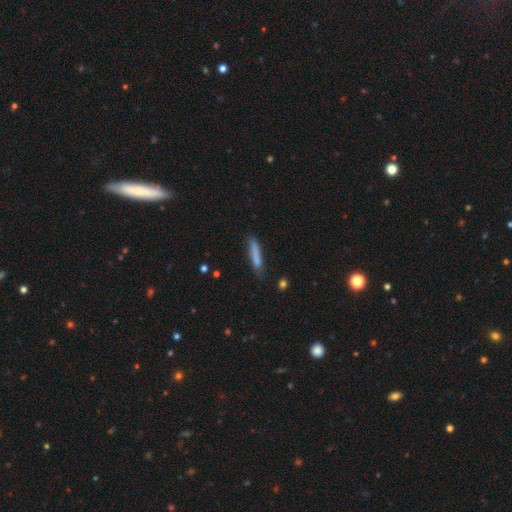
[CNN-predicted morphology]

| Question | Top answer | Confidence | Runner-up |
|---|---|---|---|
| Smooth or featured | smooth | 80% | featured or disk (12%) |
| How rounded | cigar-shaped | 87% | in between (11%) |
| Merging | none | 76% | minor disturbance (18%) |